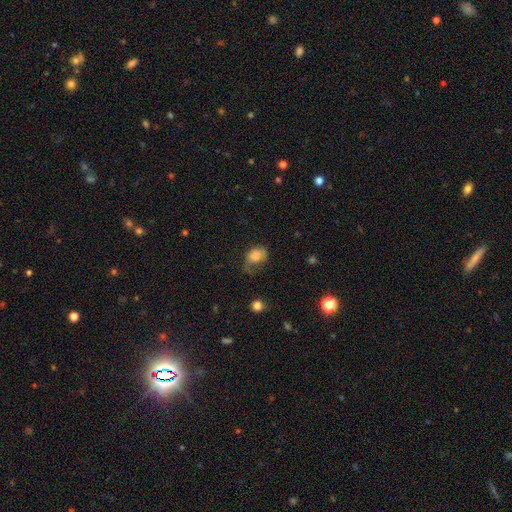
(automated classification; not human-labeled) Overall: smooth (78%). How rounded: in between (66%; round 33%). Merging: none (36%; minor disturbance 33%).